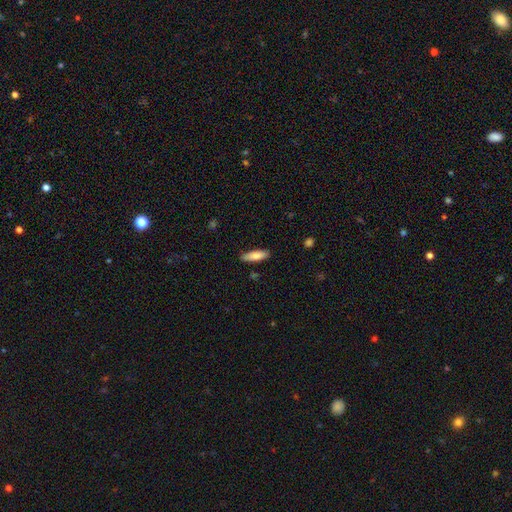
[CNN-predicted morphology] This appears to be a smooth galaxy with no disk features (80%) that is cigar-shaped (53%). Merging: none (86%).